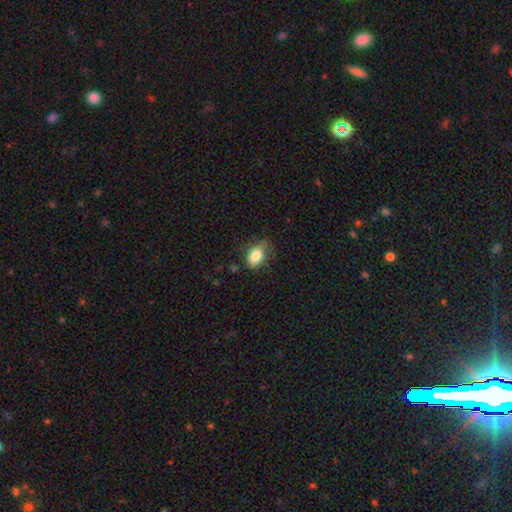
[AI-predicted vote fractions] Q: Smooth or featured?
A: smooth (81%); runner-up: featured or disk (10%)
Q: How rounded?
A: in between (83%); runner-up: round (15%)
Q: Merging?
A: none (54%); runner-up: minor disturbance (33%)